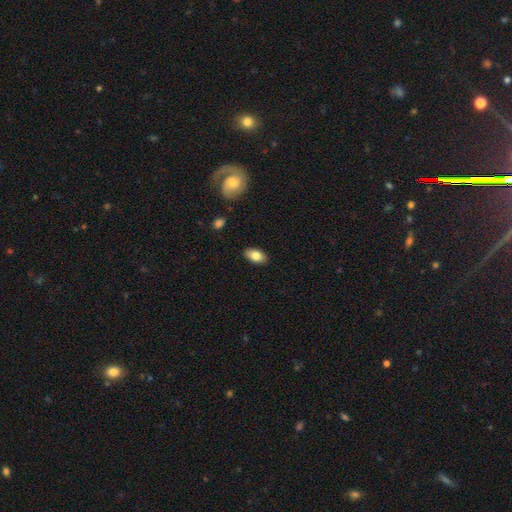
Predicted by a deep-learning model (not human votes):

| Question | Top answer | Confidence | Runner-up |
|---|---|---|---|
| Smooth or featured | smooth | 81% | featured or disk (12%) |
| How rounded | in between | 92% | round (5%) |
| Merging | none | 88% | minor disturbance (9%) |